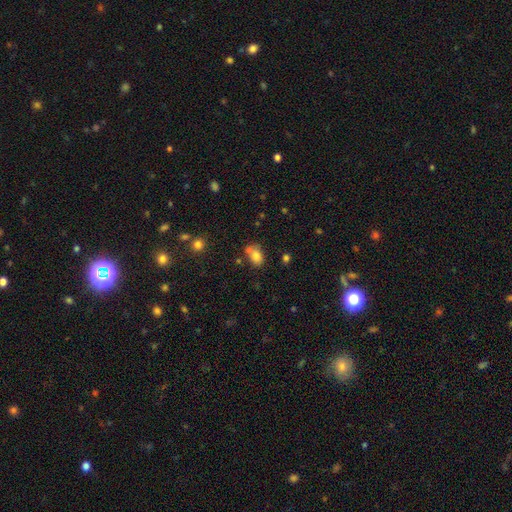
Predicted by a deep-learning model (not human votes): smooth_or_featured: smooth (p=0.79) [alt: star or artifact p=0.11]
how_rounded: in between (p=0.71) [alt: round p=0.28]
merging: none (p=0.50) [alt: merger p=0.24]